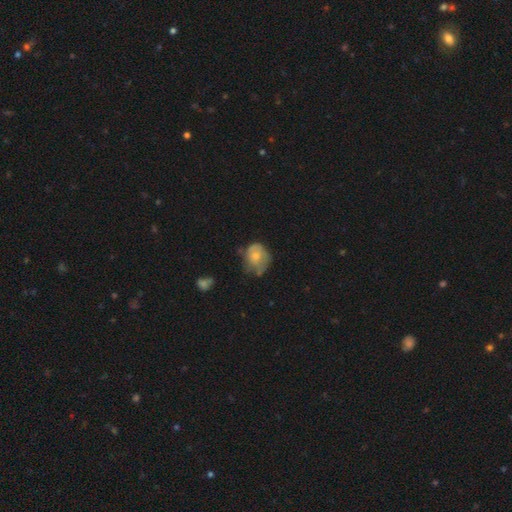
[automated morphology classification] smooth-or-featured: smooth: 60% | featured or disk: 32% | star or artifact: 8%
  how-rounded: round: 58% | in between: 41% | cigar-shaped: 1%
  merging: none: 40% | minor disturbance: 38% | major disturbance: 19% | merger: 4%